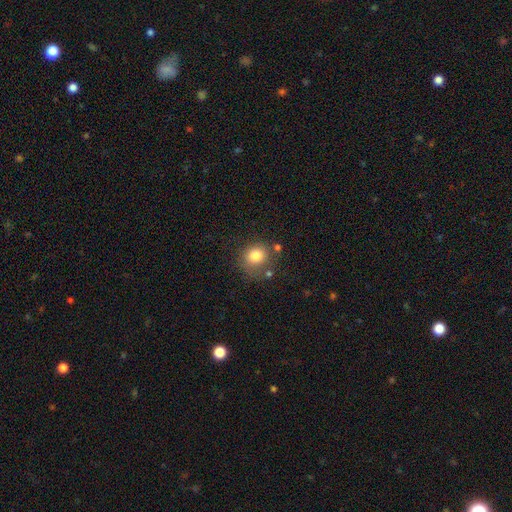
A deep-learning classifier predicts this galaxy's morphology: Overall: smooth (80%). How rounded: round (80%). Merging: none (68%).